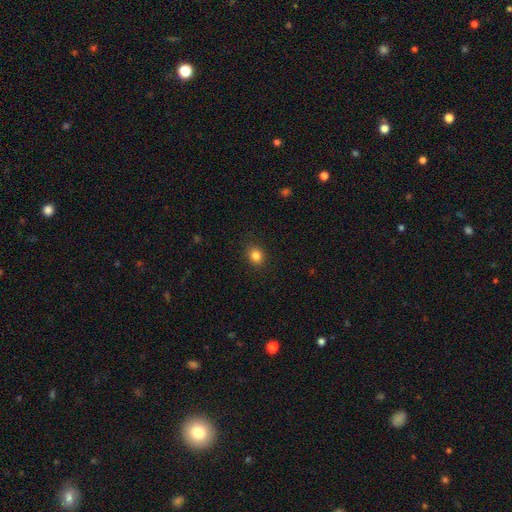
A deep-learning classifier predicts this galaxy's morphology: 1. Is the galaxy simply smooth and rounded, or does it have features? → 84% smooth, 12% star or artifact, 5% featured or disk.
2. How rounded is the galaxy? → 73% round, 26% in between, 1% cigar-shaped.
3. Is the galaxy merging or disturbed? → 90% none, 7% minor disturbance, 2% major disturbance, 1% merger.